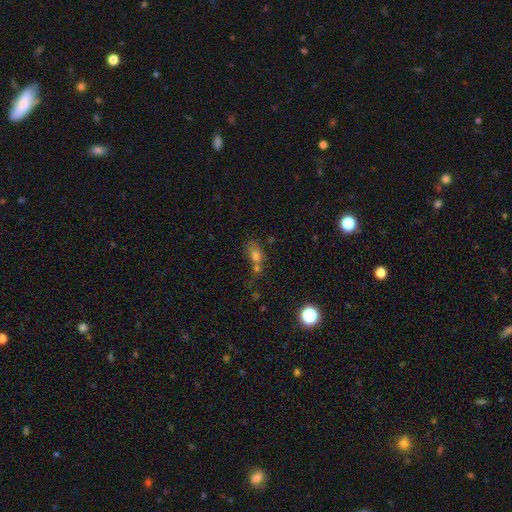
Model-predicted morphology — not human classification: Overall: smooth (66%). How rounded: in between (65%; round 30%). Merging: merger (46%; none 29%).